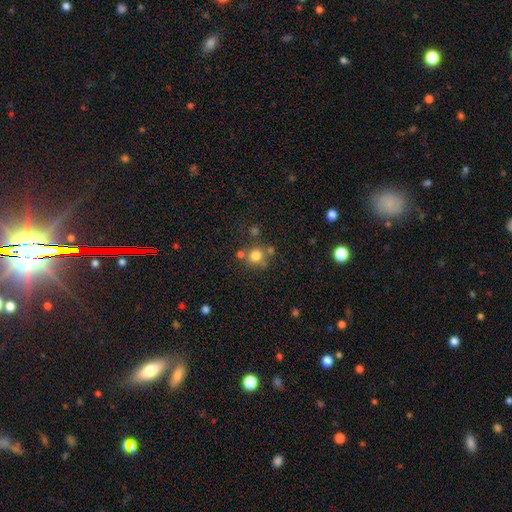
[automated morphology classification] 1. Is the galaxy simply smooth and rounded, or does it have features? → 77% smooth, 14% star or artifact, 9% featured or disk.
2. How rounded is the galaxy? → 87% round, 12% in between, 1% cigar-shaped.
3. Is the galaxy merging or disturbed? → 66% none, 19% merger, 11% minor disturbance, 4% major disturbance.